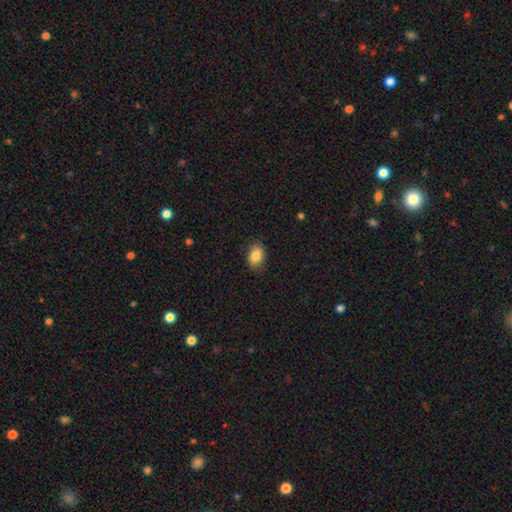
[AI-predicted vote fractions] Morphology: type=smooth (84%); roundness=in between (83%); merging=none (85%).